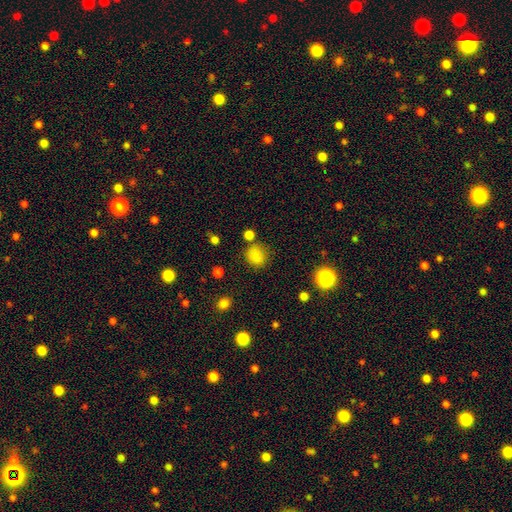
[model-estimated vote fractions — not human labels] The model was most divided on "how rounded": round: 80%, in between: 19%, cigar-shaped: 1%. More confident: smooth or featured — smooth (82%); merging — none (77%).